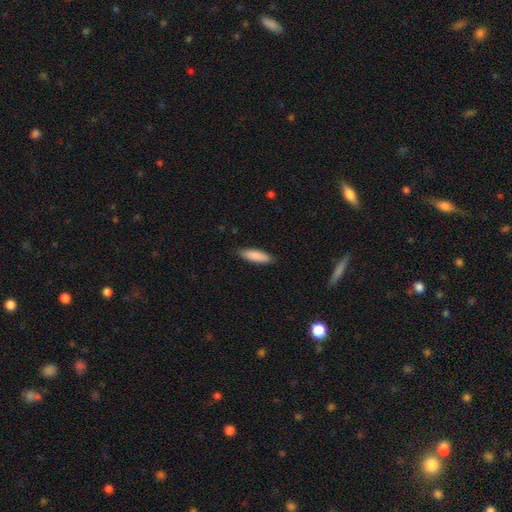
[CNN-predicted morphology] A smooth galaxy with no disk features (87%) that is cigar-shaped (57%).

Vote fractions:
- Smooth or featured? smooth: 87% / featured or disk: 7% / star or artifact: 6%
- How rounded? cigar-shaped: 57% / in between: 42% / round: 1%
- Merging? none: 88% / minor disturbance: 10% / major disturbance: 2% / merger: 1%